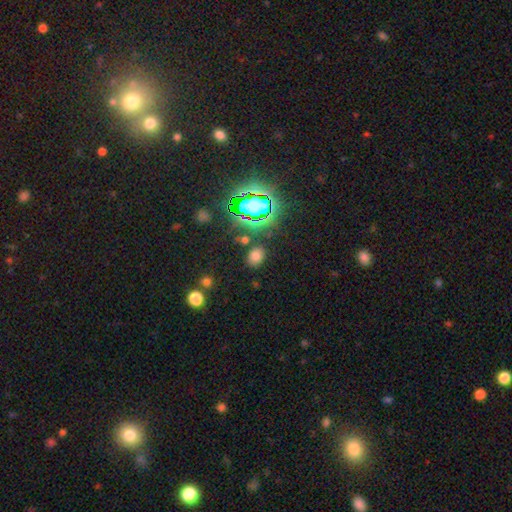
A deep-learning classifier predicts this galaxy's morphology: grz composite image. It shows a smooth galaxy with no disk features (66%) that is in between round and cigar-shaped (61%). Merging: none (82%).